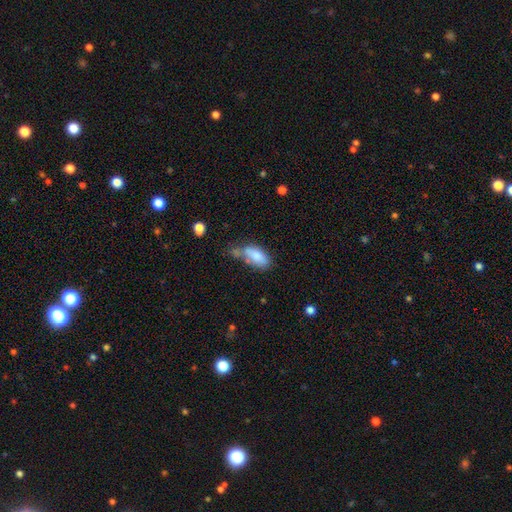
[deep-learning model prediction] Q: Smooth or featured?
A: smooth (80%); runner-up: featured or disk (12%)
Q: How rounded?
A: in between (88%); runner-up: cigar-shaped (9%)
Q: Merging?
A: none (34%); runner-up: minor disturbance (29%)